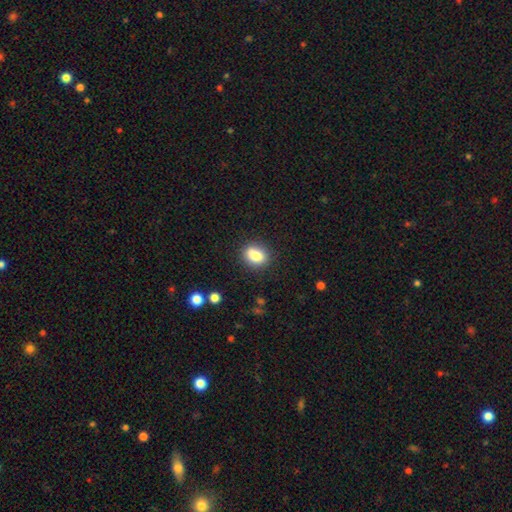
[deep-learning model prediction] Smooth or featured? Predicted: smooth (p=0.81). How rounded? Predicted: round (p=0.53). Merging? Predicted: none (p=0.80).